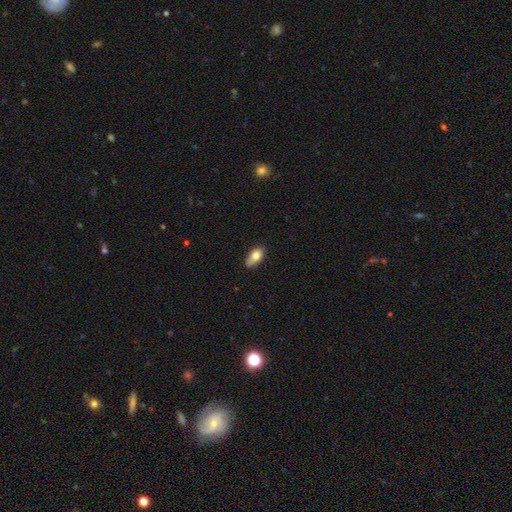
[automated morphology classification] smooth 76%, featured or disk 16%, star or artifact 8%. Down the decision tree: how rounded — in between (88%); merging — none (66%).